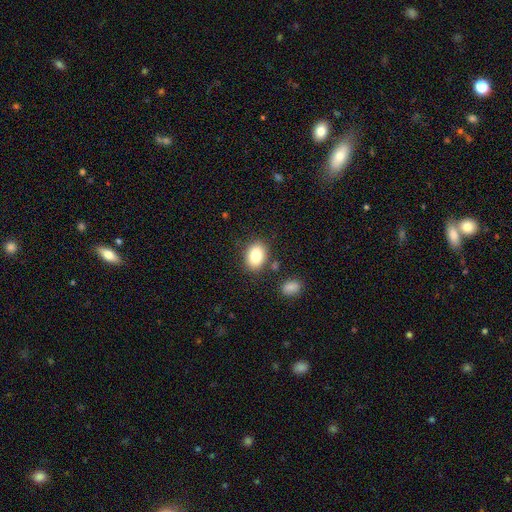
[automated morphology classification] Smooth or featured? smooth (84%)
How rounded? in between (79%)
Merging? none (80%)